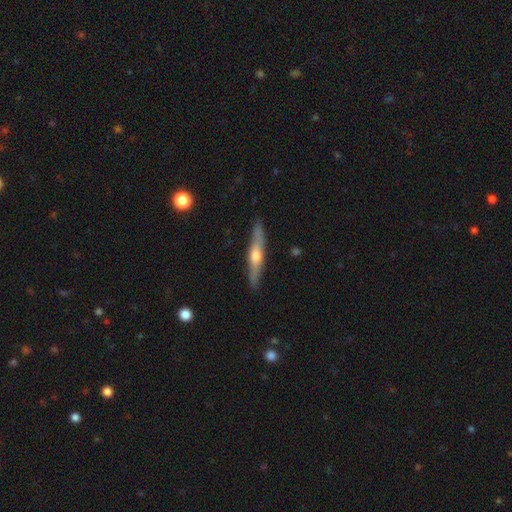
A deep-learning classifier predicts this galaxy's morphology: Smooth or featured: featured or disk — 64% (smooth — 30%)
Edge-on disk: yes — 94% (no — 6%)
Edge-on bulge: rounded — 90% (none — 7%)
Merging: none — 89% (minor disturbance — 8%)